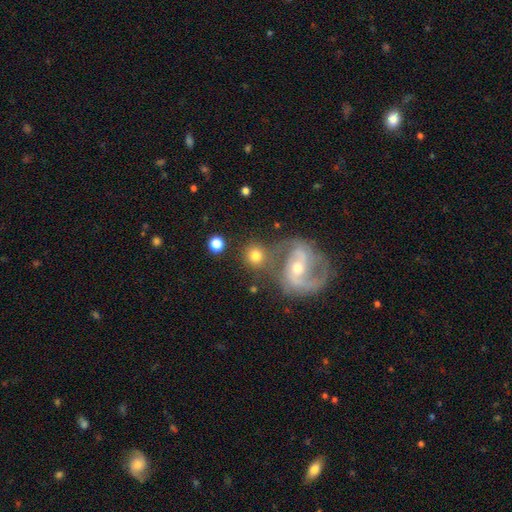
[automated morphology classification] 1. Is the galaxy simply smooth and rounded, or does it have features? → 62% smooth, 29% featured or disk, 9% star or artifact.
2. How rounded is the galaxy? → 87% round, 12% in between, 1% cigar-shaped.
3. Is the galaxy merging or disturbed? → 63% none, 21% merger, 11% minor disturbance, 5% major disturbance.